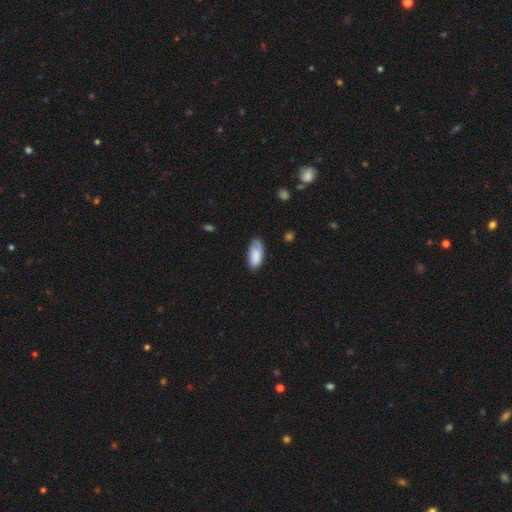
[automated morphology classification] A smooth galaxy with no disk features (86%) that is in between round and cigar-shaped (91%). Merging: none (66%).